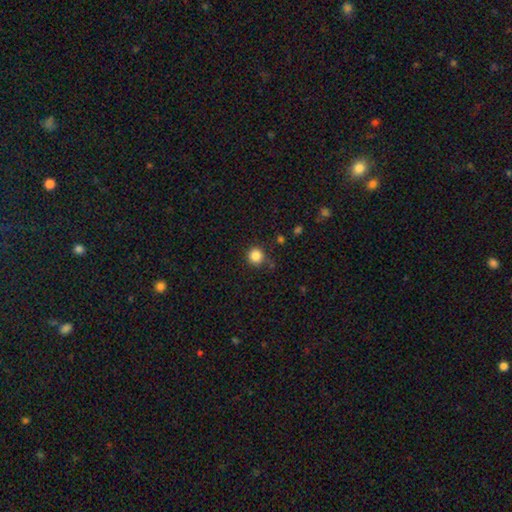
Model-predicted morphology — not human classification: A smooth galaxy with no disk features (85%) that is round (94%).

Vote fractions:
- Smooth or featured? smooth: 85% / star or artifact: 11% / featured or disk: 4%
- How rounded? round: 94% / in between: 5% / cigar-shaped: 1%
- Merging? none: 82% / minor disturbance: 12% / major disturbance: 3% / merger: 3%